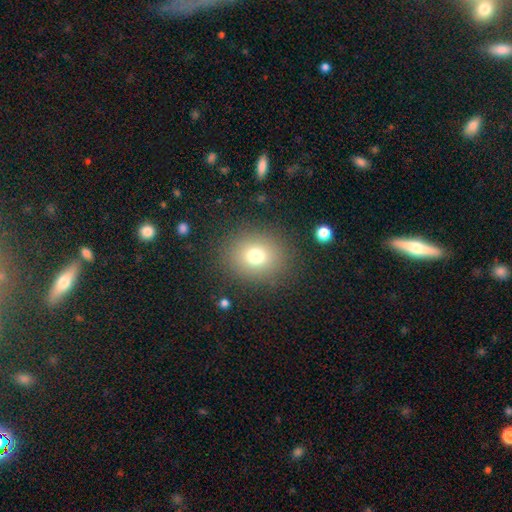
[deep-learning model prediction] smooth-or-featured: smooth: 74% | star or artifact: 15% | featured or disk: 10%
  how-rounded: round: 74% | in between: 25% | cigar-shaped: 1%
  merging: none: 86% | minor disturbance: 8% | major disturbance: 4% | merger: 2%